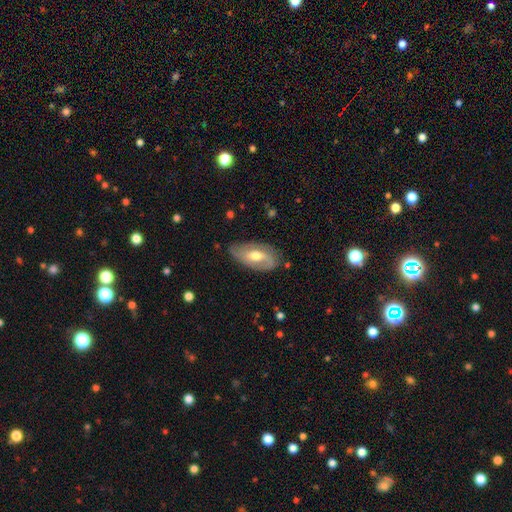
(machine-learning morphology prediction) A featured or disk galaxy (66%) with no bar (43%), spiral arms (81%) and a moderate central bulge (72%). Merging: none (72%).